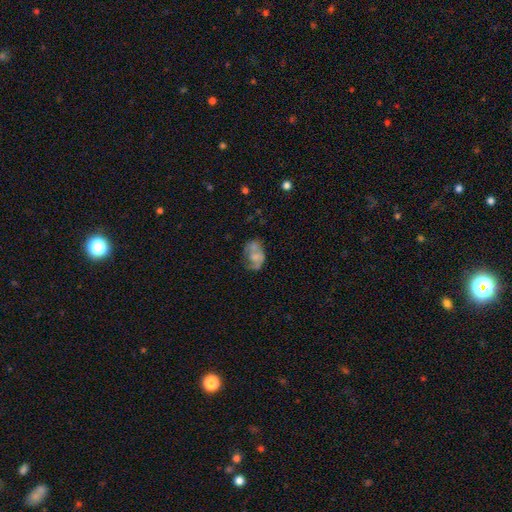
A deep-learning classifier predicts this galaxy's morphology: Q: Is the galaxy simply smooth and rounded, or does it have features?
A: featured or disk — 47%.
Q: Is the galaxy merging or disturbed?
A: none — 38%.